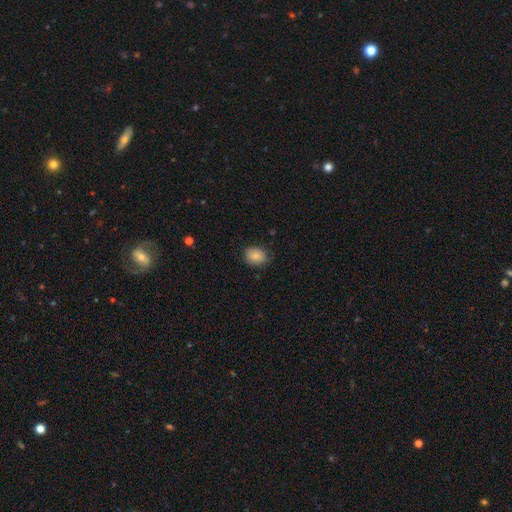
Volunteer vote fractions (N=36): Q: Smooth or featured?
A: smooth (94%); runner-up: featured or disk (3%)
Q: How rounded?
A: in between (53%); runner-up: round (47%)
Q: Merging?
A: none (77%); runner-up: minor disturbance (17%)